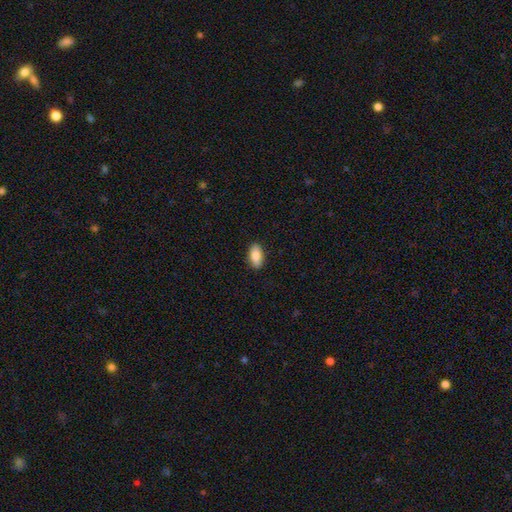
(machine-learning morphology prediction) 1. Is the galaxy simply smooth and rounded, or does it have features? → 86% smooth, 7% featured or disk, 7% star or artifact.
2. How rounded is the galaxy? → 91% in between, 6% cigar-shaped, 3% round.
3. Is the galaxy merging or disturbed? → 89% none, 8% minor disturbance, 2% major disturbance, 1% merger.